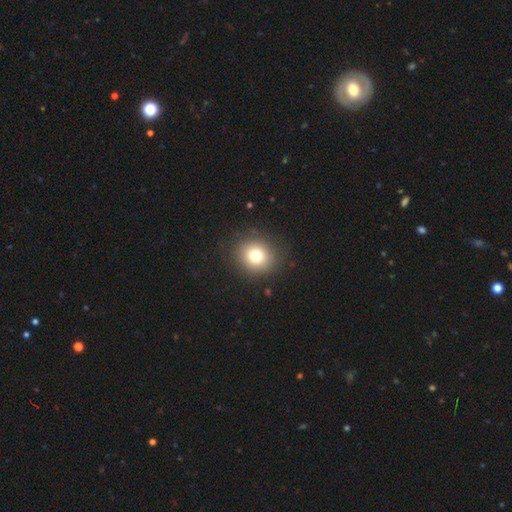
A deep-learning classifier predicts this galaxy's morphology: Smooth or featured: smooth — 76% (star or artifact — 13%)
How rounded: round — 82% (in between — 17%)
Merging: none — 89% (minor disturbance — 7%)